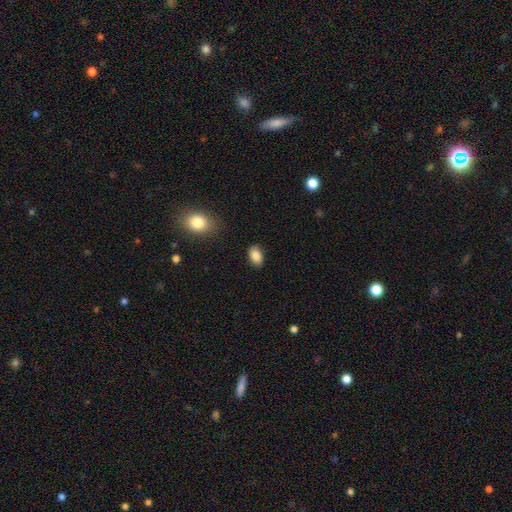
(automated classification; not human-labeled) This is clearly a smooth galaxy (87%). How rounded: clearly in between (87%). Merging: clearly none (87%).